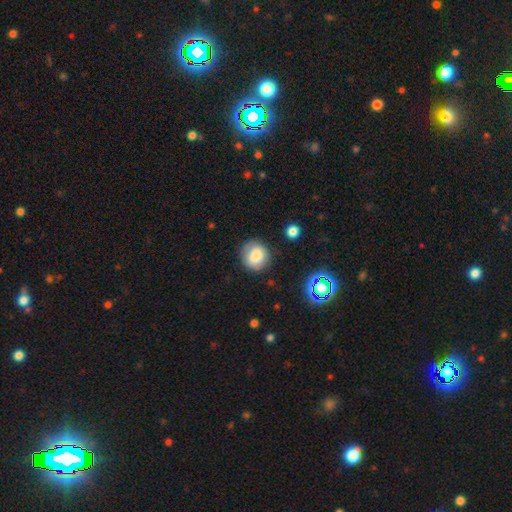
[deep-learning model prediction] Overall: smooth (78%). How rounded: round (87%). Merging: none (80%).